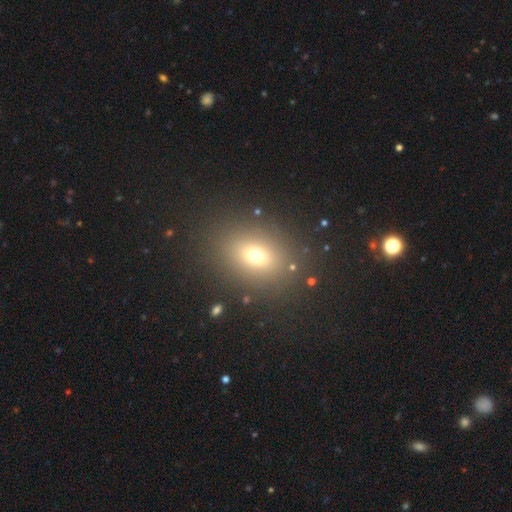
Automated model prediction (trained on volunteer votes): smooth 68%, star or artifact 20%, featured or disk 12%. Down the decision tree: how rounded — in between (56%); merging — none (85%).